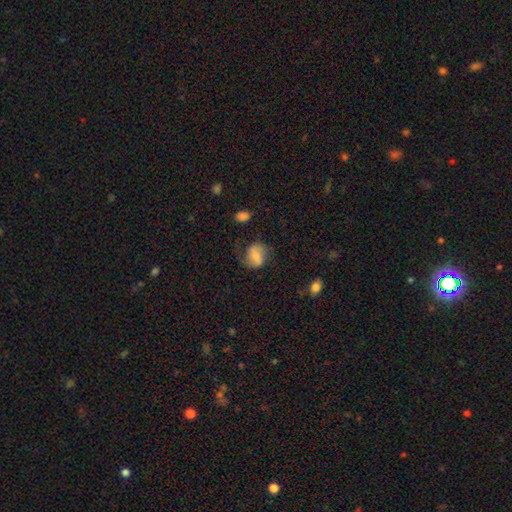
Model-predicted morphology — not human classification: The model was most divided on "smooth or featured": smooth: 47%, featured or disk: 45%, star or artifact: 8%. More confident: merging — none (57%).